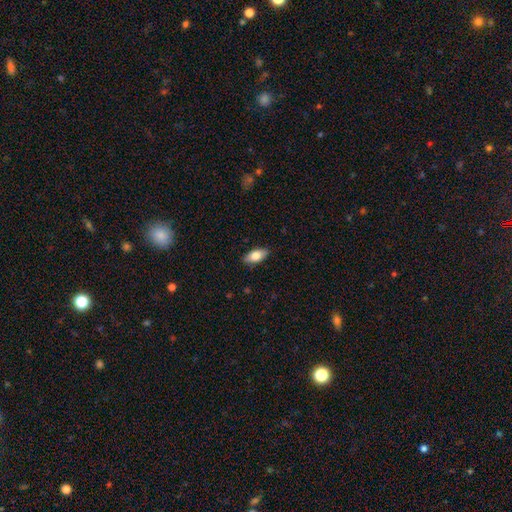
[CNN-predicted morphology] Overall: smooth (77%). How rounded: in between (89%). Merging: none (87%).